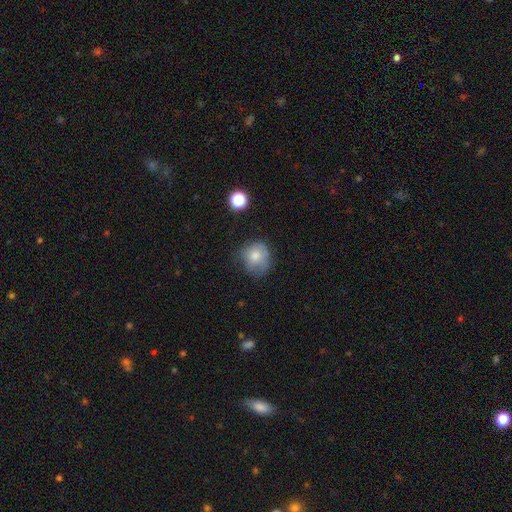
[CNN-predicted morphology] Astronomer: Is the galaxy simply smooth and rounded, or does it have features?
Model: smooth — 73%.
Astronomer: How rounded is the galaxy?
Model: round — 75%.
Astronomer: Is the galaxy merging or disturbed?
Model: none — 50% (runner-up: minor disturbance, 33%).